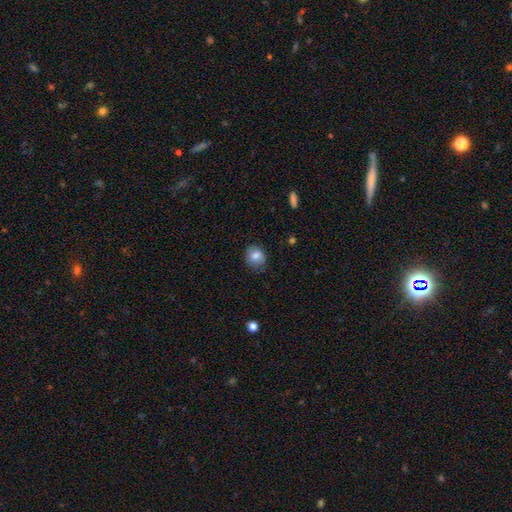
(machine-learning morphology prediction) type=smooth (76%); roundness=round (70%); merging=none (76%).